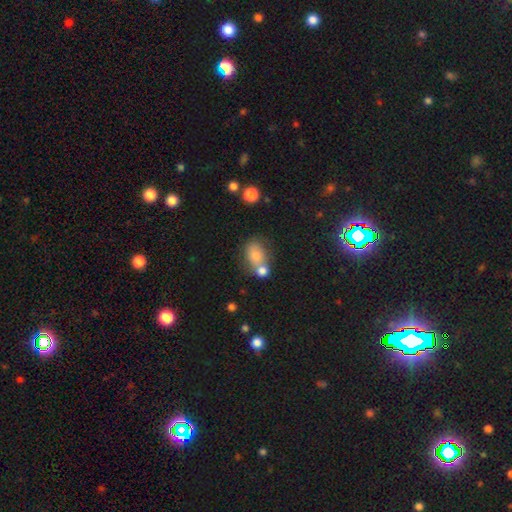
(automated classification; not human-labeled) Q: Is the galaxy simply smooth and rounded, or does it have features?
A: smooth — 72%.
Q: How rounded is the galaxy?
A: in between — 61%.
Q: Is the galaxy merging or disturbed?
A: none — 44%.